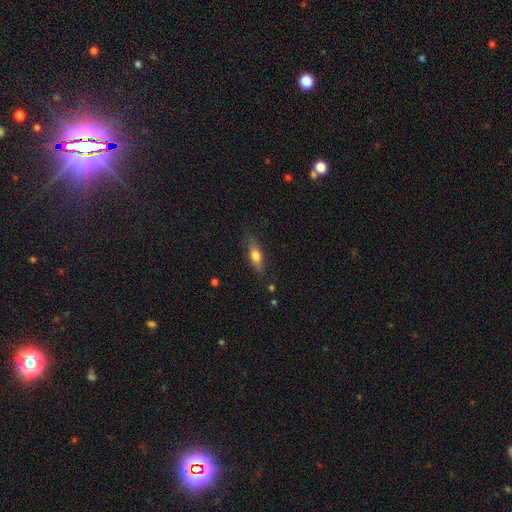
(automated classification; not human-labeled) A smooth galaxy with no disk features (63%) that is in between round and cigar-shaped (54%).

Vote fractions:
- Smooth or featured? smooth: 63% / featured or disk: 30% / star or artifact: 7%
- How rounded? in between: 54% / cigar-shaped: 42% / round: 4%
- Merging? none: 81% / minor disturbance: 14% / major disturbance: 3% / merger: 1%